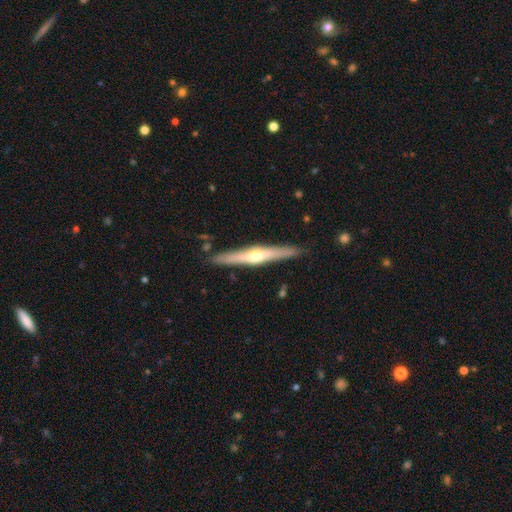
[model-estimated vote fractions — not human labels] Q: Smooth or featured?
A: featured or disk (71%); runner-up: smooth (24%)
Q: Edge-on disk?
A: yes (97%); runner-up: no (3%)
Q: Edge-on bulge?
A: rounded (89%); runner-up: none (6%)
Q: Merging?
A: none (89%); runner-up: minor disturbance (8%)